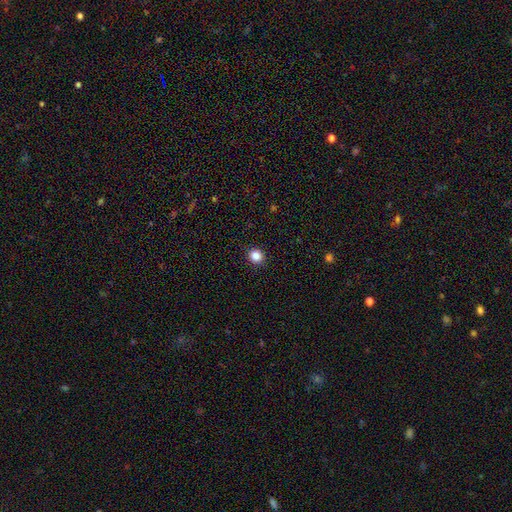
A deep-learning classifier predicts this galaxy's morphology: Smooth or featured? smooth (85%)
How rounded? round (88%)
Merging? none (92%)